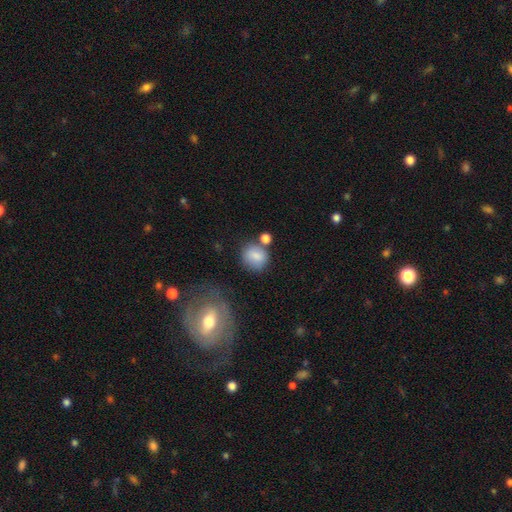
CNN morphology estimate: A smooth galaxy with no disk features (81%) that is round (73%).

Vote fractions:
- Smooth or featured? smooth: 81% / featured or disk: 10% / star or artifact: 9%
- How rounded? round: 73% / in between: 25% / cigar-shaped: 1%
- Merging? none: 61% / merger: 18% / minor disturbance: 15% / major disturbance: 6%